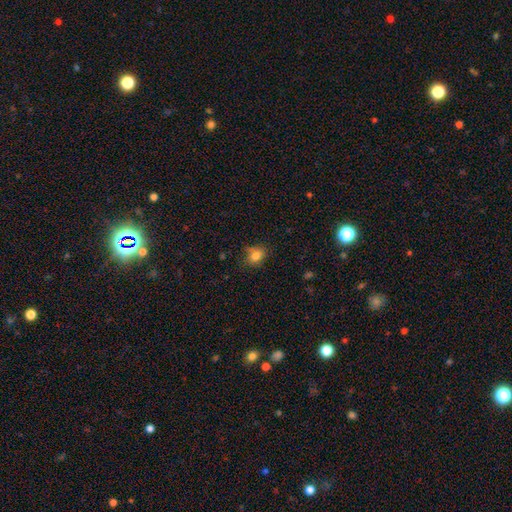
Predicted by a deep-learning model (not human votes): Morphology: type=smooth (80%); roundness=round (51%); merging=none (68%).